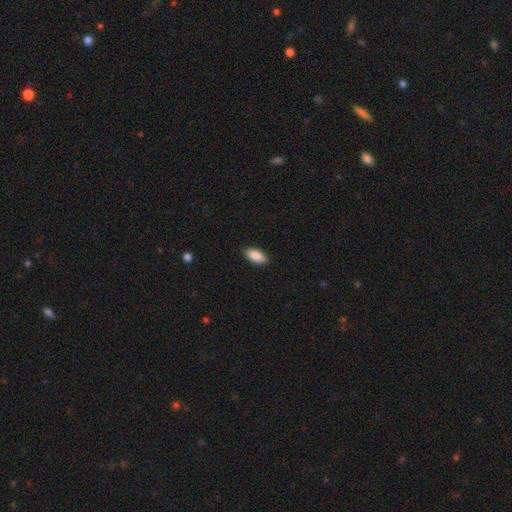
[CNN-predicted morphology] A smooth galaxy with no disk features (89%) that is in between round and cigar-shaped (90%).

Vote fractions:
- Smooth or featured? smooth: 89% / star or artifact: 6% / featured or disk: 5%
- How rounded? in between: 90% / cigar-shaped: 8% / round: 2%
- Merging? none: 89% / minor disturbance: 8% / major disturbance: 2% / merger: 1%